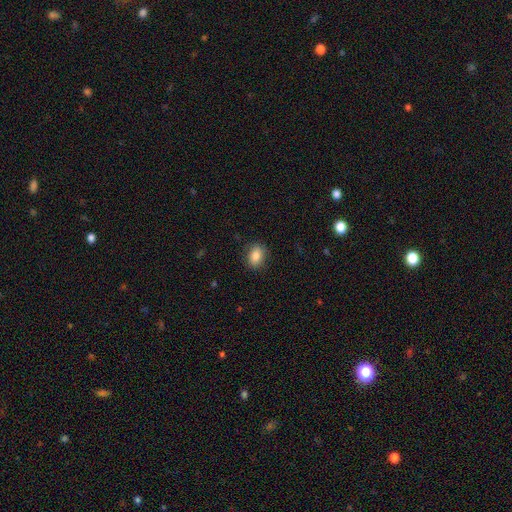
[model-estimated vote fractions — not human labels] smooth_or_featured: smooth (p=0.84) [alt: star or artifact p=0.09]
how_rounded: in between (p=0.73) [alt: round p=0.25]
merging: none (p=0.86) [alt: minor disturbance p=0.10]